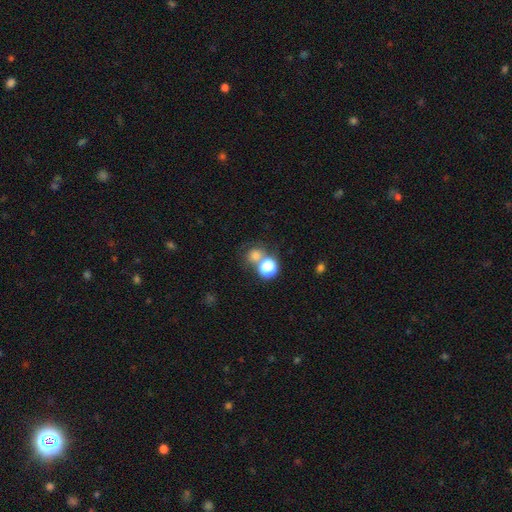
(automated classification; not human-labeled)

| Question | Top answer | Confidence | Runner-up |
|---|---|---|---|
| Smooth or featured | smooth | 68% | star or artifact (22%) |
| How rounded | round | 80% | in between (19%) |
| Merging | none | 54% | merger (31%) |